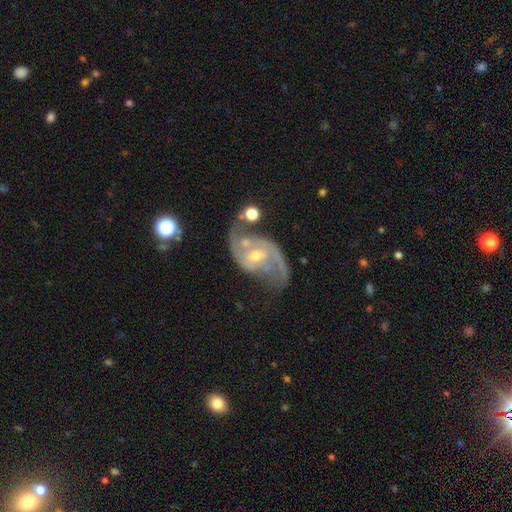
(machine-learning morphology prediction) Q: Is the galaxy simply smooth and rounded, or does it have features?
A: featured or disk — 89%.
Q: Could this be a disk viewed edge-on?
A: no — 97%.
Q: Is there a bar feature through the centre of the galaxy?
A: no — 43%.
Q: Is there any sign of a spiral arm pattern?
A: yes — 96%.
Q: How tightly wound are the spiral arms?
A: medium — 51%.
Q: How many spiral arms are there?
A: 2 — 90%.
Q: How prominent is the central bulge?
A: moderate — 49%.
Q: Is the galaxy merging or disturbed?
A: none — 56%.